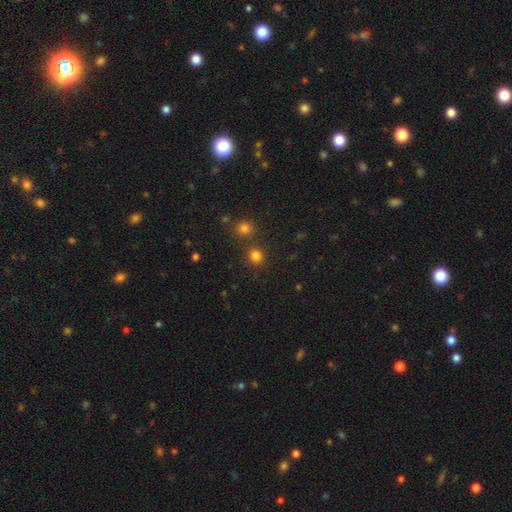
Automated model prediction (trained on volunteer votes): Q: Smooth or featured?
A: smooth (80%); runner-up: star or artifact (16%)
Q: How rounded?
A: round (80%); runner-up: in between (19%)
Q: Merging?
A: none (78%); runner-up: merger (12%)